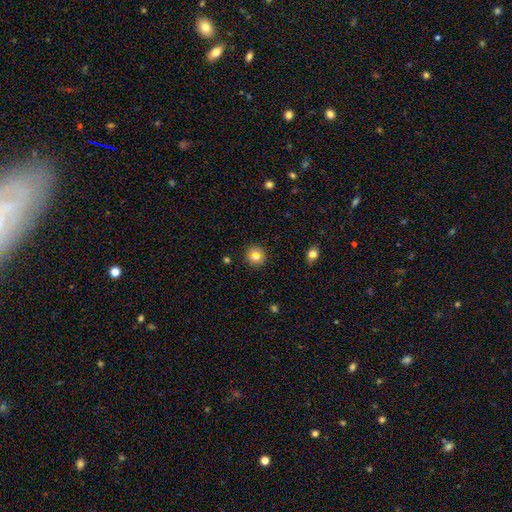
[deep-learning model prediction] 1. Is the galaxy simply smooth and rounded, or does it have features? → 79% smooth, 12% star or artifact, 9% featured or disk.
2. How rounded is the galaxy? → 90% round, 9% in between, 1% cigar-shaped.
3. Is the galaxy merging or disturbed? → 88% none, 8% minor disturbance, 2% merger, 2% major disturbance.